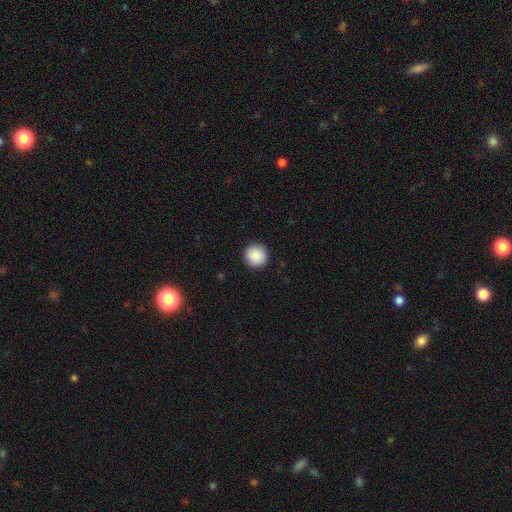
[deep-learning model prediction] Smooth or featured? Predicted: smooth (p=0.89). How rounded? Predicted: round (p=0.96). Merging? Predicted: none (p=0.93).